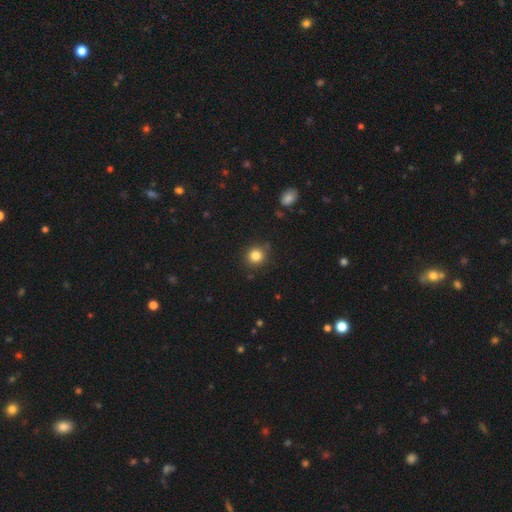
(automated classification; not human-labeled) Smooth or featured? smooth (83%)
How rounded? round (85%)
Merging? none (84%)